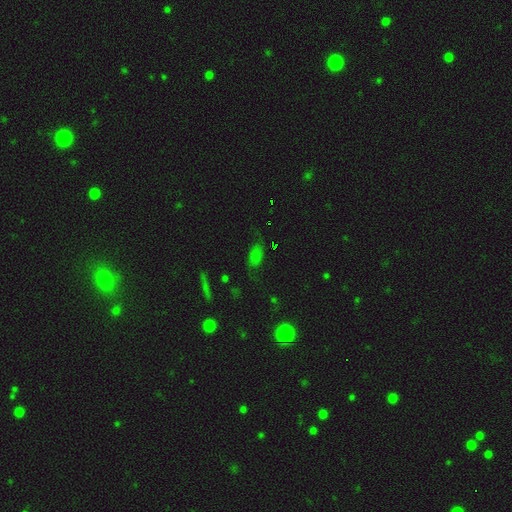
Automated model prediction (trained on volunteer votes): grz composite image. It shows a smooth galaxy with no disk features (58%) that is in between round and cigar-shaped (85%). Merging: none (62%).